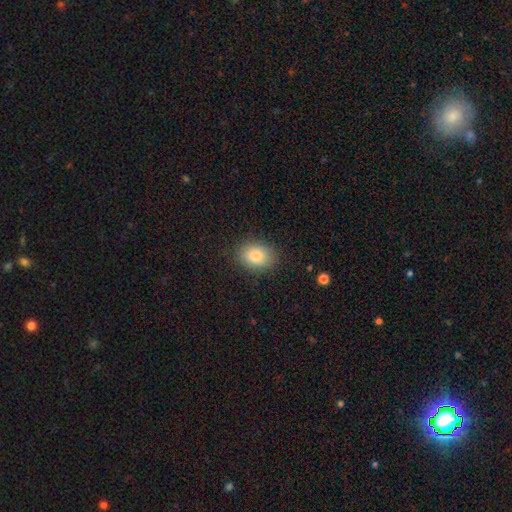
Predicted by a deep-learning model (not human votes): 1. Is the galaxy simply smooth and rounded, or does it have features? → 85% smooth, 8% star or artifact, 7% featured or disk.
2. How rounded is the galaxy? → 68% in between, 31% round, 1% cigar-shaped.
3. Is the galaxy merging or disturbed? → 87% none, 10% minor disturbance, 3% major disturbance, 1% merger.